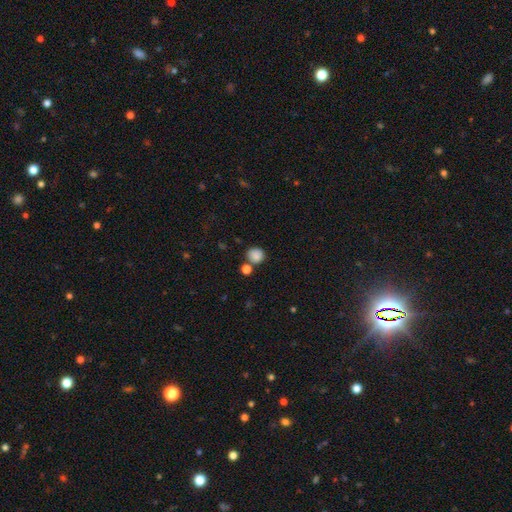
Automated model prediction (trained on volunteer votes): A smooth galaxy with no disk features (85%) that is round (83%).

Vote fractions:
- Smooth or featured? smooth: 85% / star or artifact: 10% / featured or disk: 5%
- How rounded? round: 83% / in between: 16% / cigar-shaped: 1%
- Merging? none: 67% / merger: 17% / minor disturbance: 12% / major disturbance: 4%